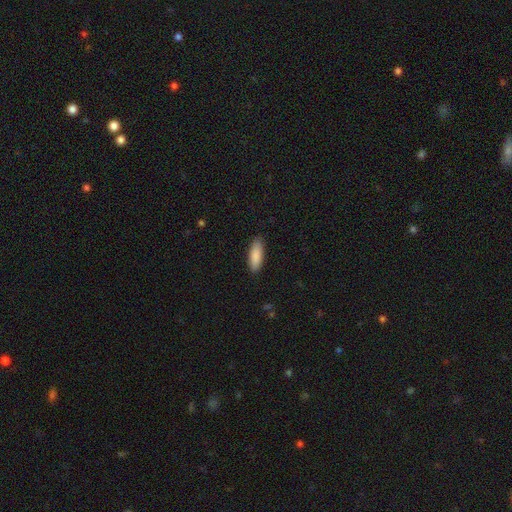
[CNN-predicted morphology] Overall: smooth (88%). How rounded: in between (59%; cigar-shaped 39%). Merging: none (89%).